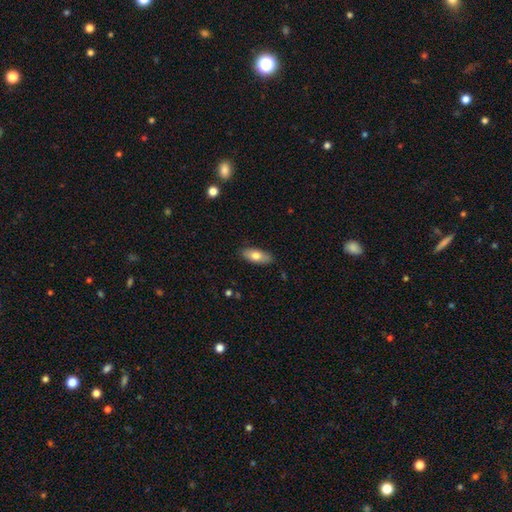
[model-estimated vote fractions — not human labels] smooth-or-featured: smooth: 74% | featured or disk: 19% | star or artifact: 6%
  how-rounded: in between: 81% | cigar-shaped: 17% | round: 3%
  merging: none: 85% | minor disturbance: 12% | major disturbance: 2% | merger: 1%